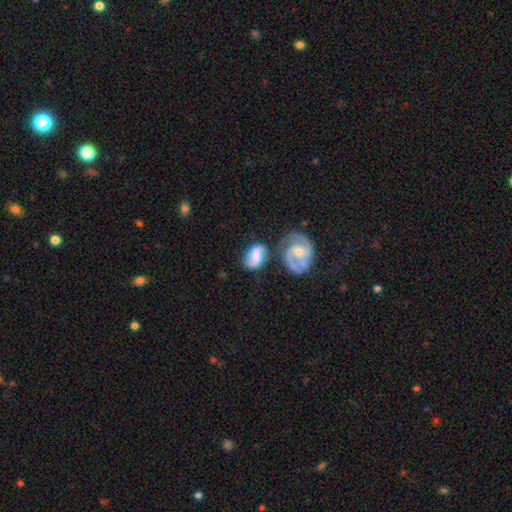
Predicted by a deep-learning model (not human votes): The model was most divided on "smooth or featured": featured or disk: 51%, smooth: 42%, star or artifact: 7%. Remaining: edge-on disk — no (96%); merging — none (46%).